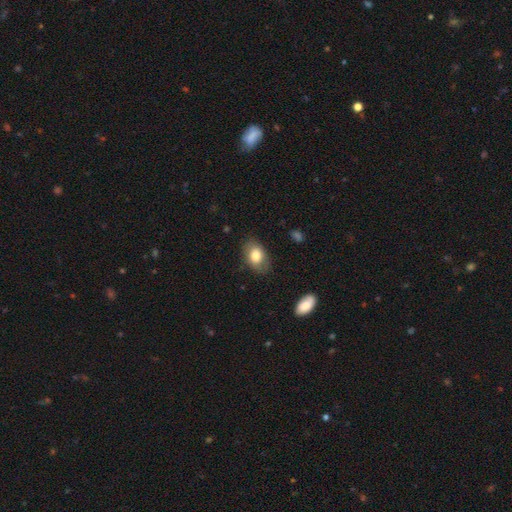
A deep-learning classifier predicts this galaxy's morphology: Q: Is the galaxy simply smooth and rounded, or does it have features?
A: smooth — 79%.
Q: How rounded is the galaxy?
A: in between — 84%.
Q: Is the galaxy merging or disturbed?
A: none — 76%.